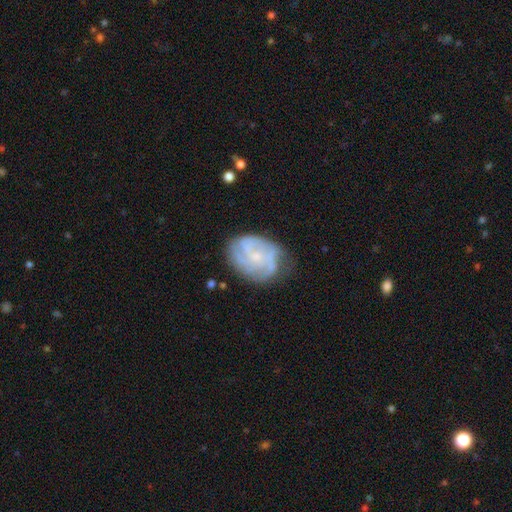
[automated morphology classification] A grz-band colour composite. It shows a featured or disk galaxy (74%) with no bar (70%), tight (51%) spiral arms (89%) and a small central bulge (68%). Merging: none (68%).